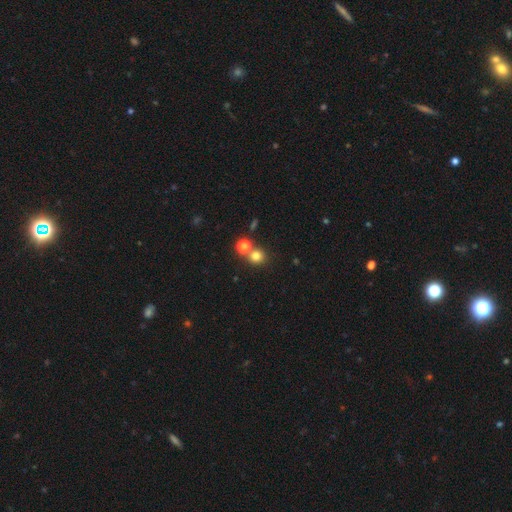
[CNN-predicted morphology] Smooth or featured: smooth — 75% (star or artifact — 17%)
How rounded: round — 86% (in between — 13%)
Merging: none — 63% (merger — 27%)